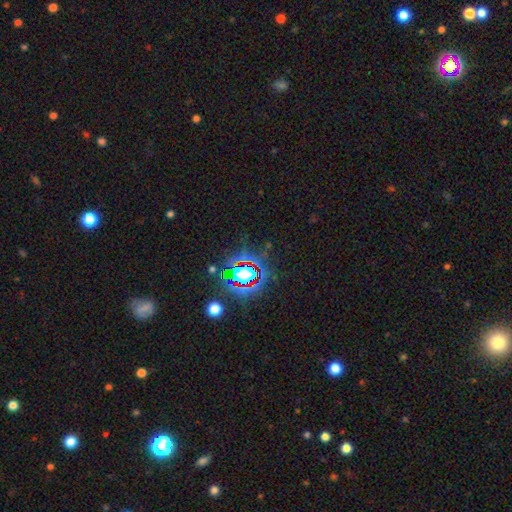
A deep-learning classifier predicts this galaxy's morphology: Smooth or featured?
  - star or artifact: 82% *
  - smooth: 11%
  - featured or disk: 7%